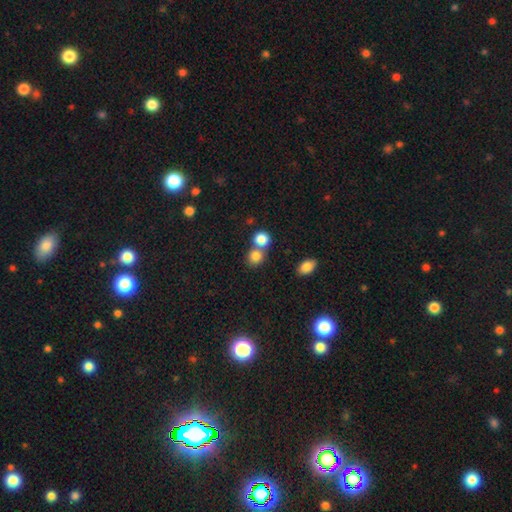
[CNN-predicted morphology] Smooth or featured? smooth (83%)
How rounded? round (80%)
Merging? none (47%)